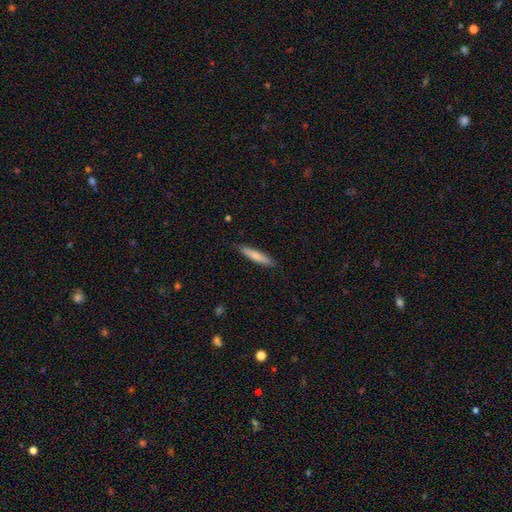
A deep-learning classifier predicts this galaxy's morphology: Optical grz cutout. It shows a smooth galaxy with no disk features (75%) that is cigar-shaped (87%). Merging: none (86%).